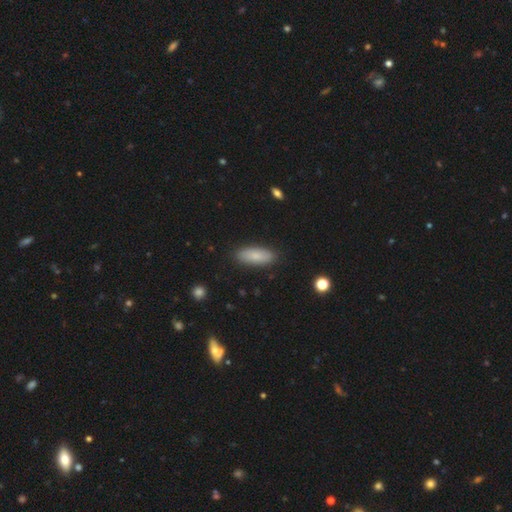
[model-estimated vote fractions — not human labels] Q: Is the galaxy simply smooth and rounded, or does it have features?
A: smooth — 81%.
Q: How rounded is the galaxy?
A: in between — 75%.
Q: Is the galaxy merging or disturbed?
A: none — 87%.